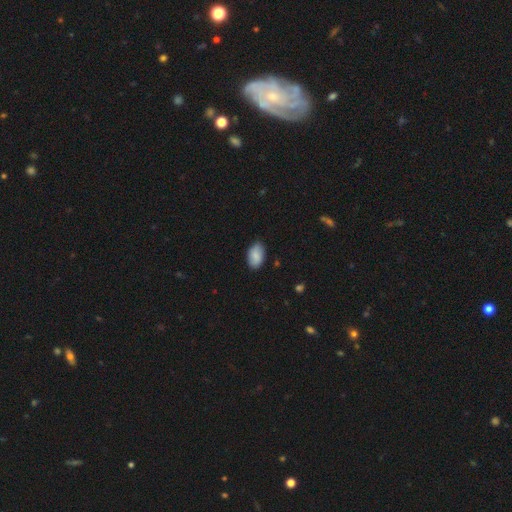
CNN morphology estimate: smooth 87%, featured or disk 7%, star or artifact 7%. Down the decision tree: how rounded — in between (93%); merging — none (85%).